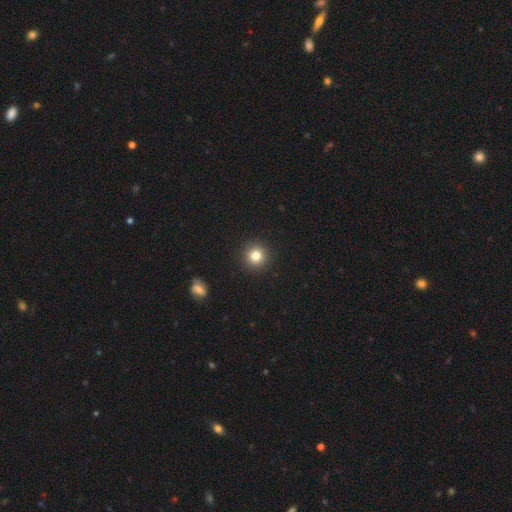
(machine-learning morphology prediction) Smooth or featured: smooth — 81% (star or artifact — 12%)
How rounded: round — 95% (in between — 4%)
Merging: none — 93% (minor disturbance — 5%)